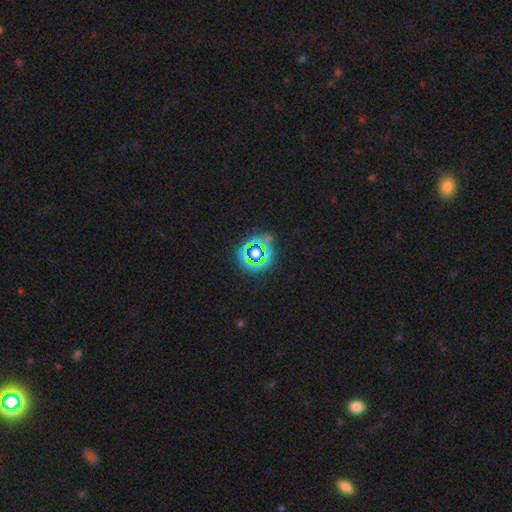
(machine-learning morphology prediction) Smooth or featured? Predicted: star or artifact (p=0.63).